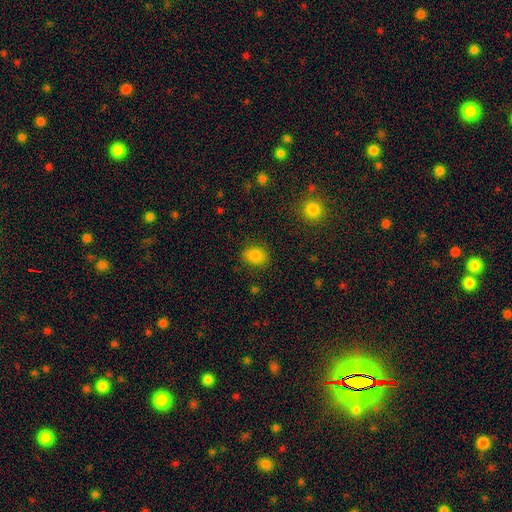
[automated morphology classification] type=smooth (85%); roundness=in between (63%); merging=none (84%).